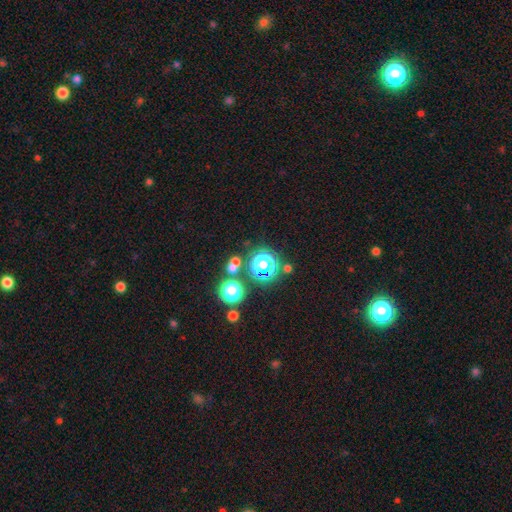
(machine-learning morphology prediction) smooth-or-featured: star or artifact: 74% | smooth: 19% | featured or disk: 7%